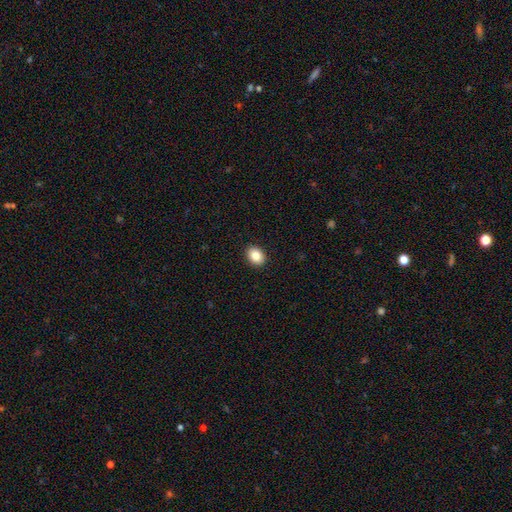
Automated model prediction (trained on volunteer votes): smooth 86%, star or artifact 9%, featured or disk 6%. Down the decision tree: how rounded — in between (58%); merging — none (92%).